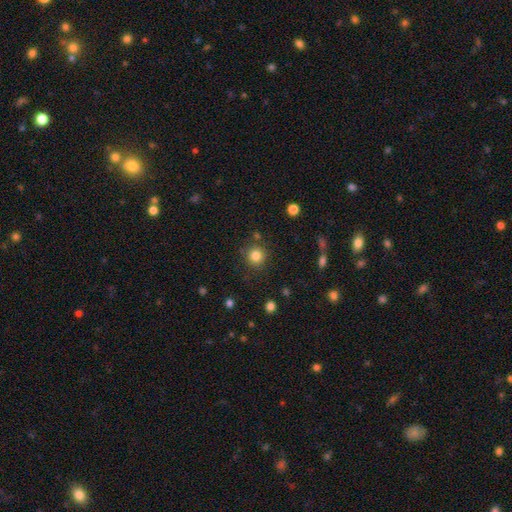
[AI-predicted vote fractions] This is clearly a smooth galaxy (83%). How rounded: clearly round (93%). Merging: clearly none (85%).